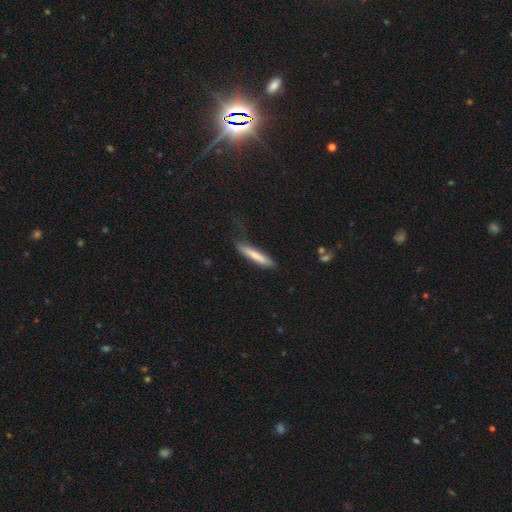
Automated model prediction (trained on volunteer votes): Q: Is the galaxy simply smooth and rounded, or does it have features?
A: smooth — 71%.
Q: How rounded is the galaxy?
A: cigar-shaped — 91%.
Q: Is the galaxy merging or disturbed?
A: none — 66%.